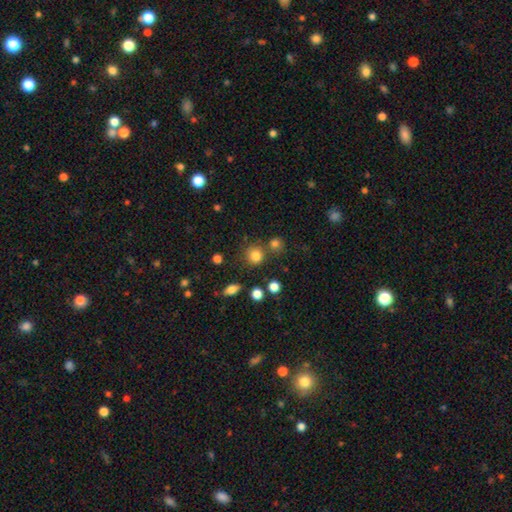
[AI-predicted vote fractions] Smooth or featured: smooth — 81% (star or artifact — 13%)
How rounded: round — 89% (in between — 10%)
Merging: none — 74% (merger — 11%)